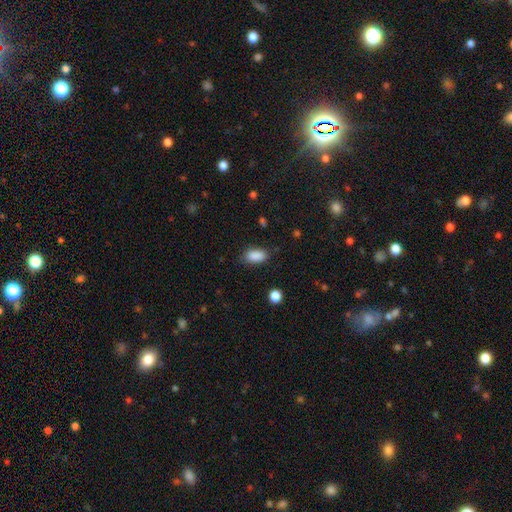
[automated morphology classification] Smooth or featured?
  - smooth: 88% *
  - star or artifact: 8%
  - featured or disk: 4%
How rounded?
  - in between: 91% *
  - round: 5%
  - cigar-shaped: 4%
Merging?
  - none: 81% *
  - minor disturbance: 14%
  - major disturbance: 4%
  - merger: 2%